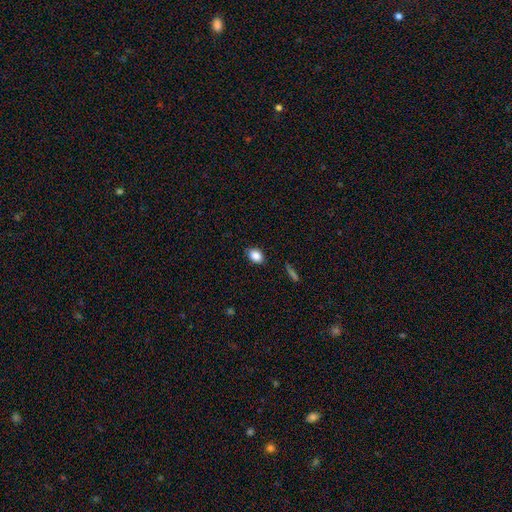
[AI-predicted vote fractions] This appears to be a smooth galaxy with no disk features (86%) that is in between round and cigar-shaped (77%). Merging: none (85%).